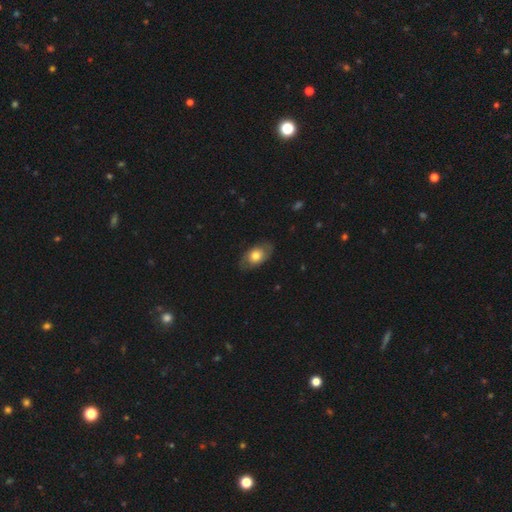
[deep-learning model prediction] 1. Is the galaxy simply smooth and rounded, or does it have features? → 61% smooth, 32% featured or disk, 7% star or artifact.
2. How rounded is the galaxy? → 86% in between, 12% round, 2% cigar-shaped.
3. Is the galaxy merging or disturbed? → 79% none, 16% minor disturbance, 4% major disturbance, 1% merger.